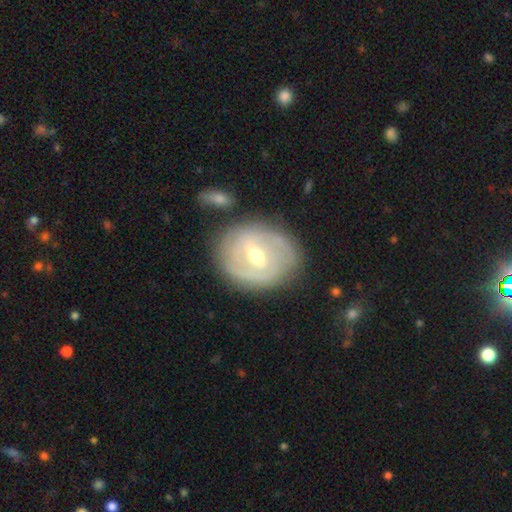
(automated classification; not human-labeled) Smooth or featured: featured or disk — 82% (smooth — 14%)
Edge-on disk: no — 96% (yes — 4%)
Bar: weak — 53% (strong — 26%)
Spiral arms: yes — 85% (no — 15%)
Spiral winding: tight — 68% (medium — 24%)
Spiral arm count: 2 — 42% (can't tell — 29%)
Bulge size: moderate — 70% (small — 26%)
Merging: none — 77% (minor disturbance — 15%)